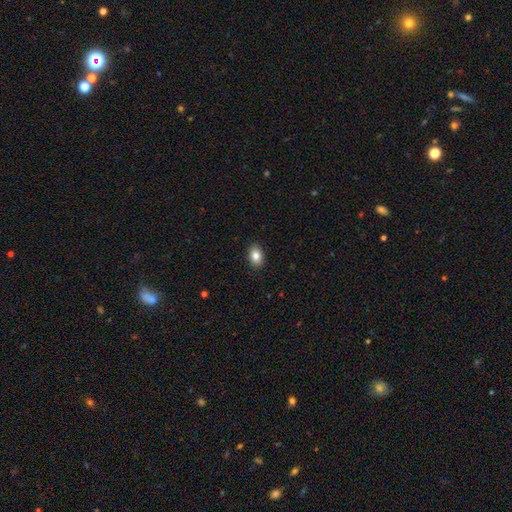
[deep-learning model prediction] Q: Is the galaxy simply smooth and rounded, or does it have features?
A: smooth — 83%.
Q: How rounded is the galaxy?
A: in between — 82%.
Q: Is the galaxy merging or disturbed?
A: none — 90%.